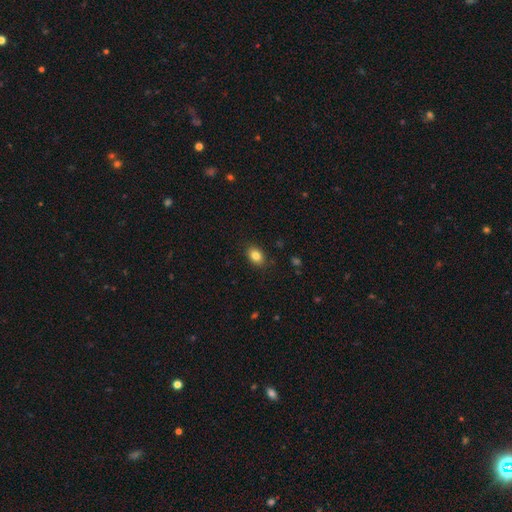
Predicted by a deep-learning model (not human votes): smooth-or-featured: smooth: 83% | star or artifact: 9% | featured or disk: 7%
  how-rounded: in between: 76% | round: 23% | cigar-shaped: 1%
  merging: none: 87% | minor disturbance: 10% | major disturbance: 2% | merger: 1%